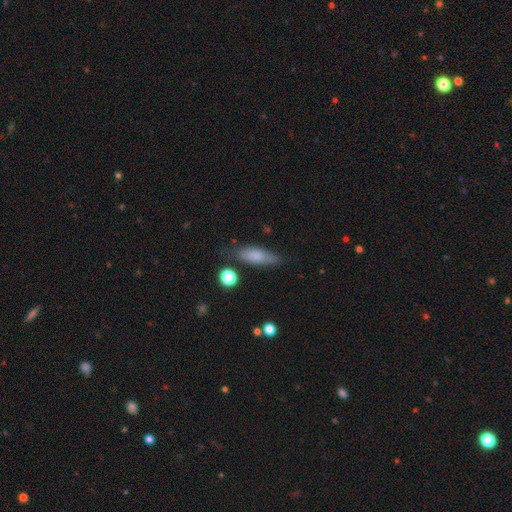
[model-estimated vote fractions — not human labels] Smooth or featured: smooth — 73% (featured or disk — 20%)
How rounded: in between — 50% (cigar-shaped — 47%)
Merging: none — 72% (minor disturbance — 19%)